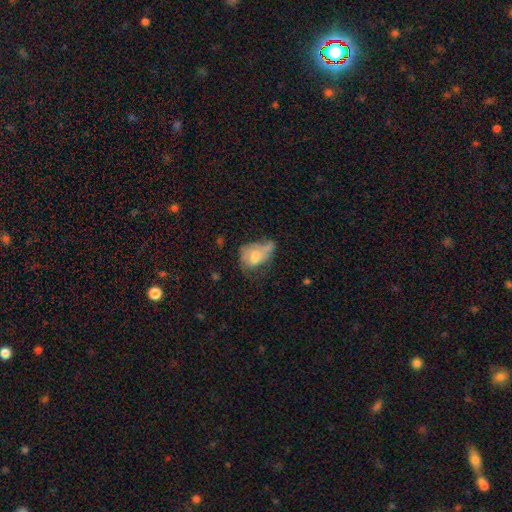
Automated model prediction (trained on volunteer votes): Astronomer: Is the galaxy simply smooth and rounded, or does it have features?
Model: smooth — 56% (runner-up: featured or disk, 35%).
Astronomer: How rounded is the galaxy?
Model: in between — 77%.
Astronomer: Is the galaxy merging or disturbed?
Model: major disturbance — 35% (runner-up: minor disturbance, 27%).